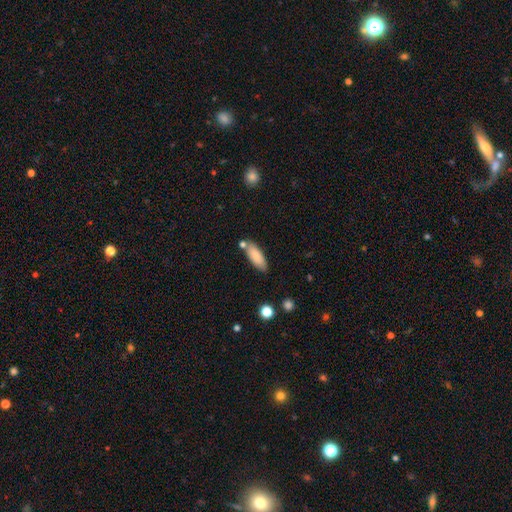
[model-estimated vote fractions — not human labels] Morphology: type=smooth (86%); roundness=in between (68%); merging=none (69%).